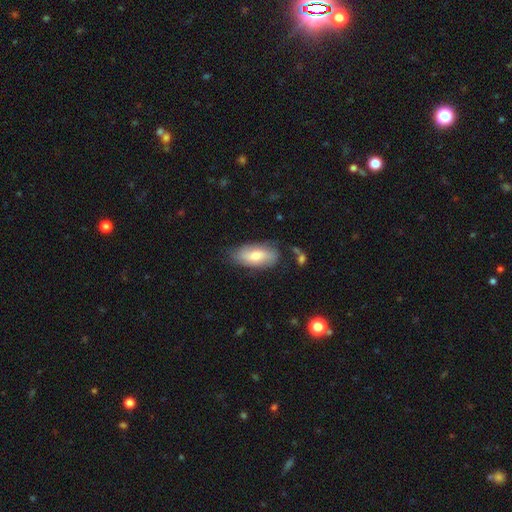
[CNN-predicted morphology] Smooth or featured? smooth (63%)
How rounded? in between (89%)
Merging? none (71%)